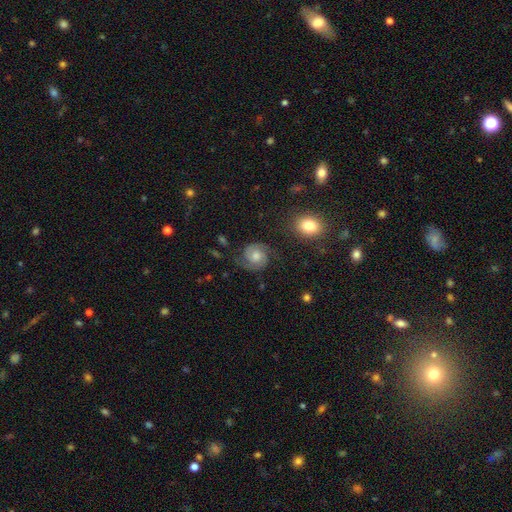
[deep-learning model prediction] Morphology: type=featured or disk (79%); edge-on=no (98%); bar=no (68%); spiral arms=yes (97%); winding=tight (50%); arm count=2 (90%); bulge=moderate (59%); merging=none (79%).